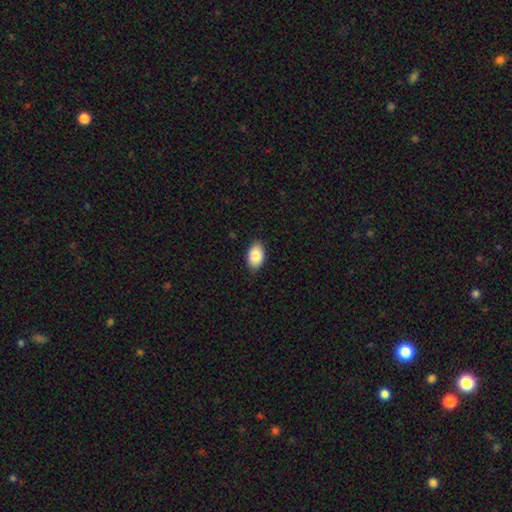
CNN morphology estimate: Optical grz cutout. It shows a smooth galaxy with no disk features (89%) that is in between round and cigar-shaped (91%). Merging: none (85%).